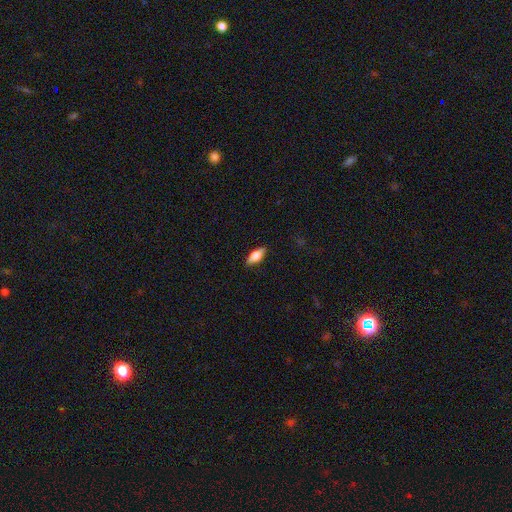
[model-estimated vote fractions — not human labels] The model was most divided on "smooth or featured": smooth: 67%, featured or disk: 26%, star or artifact: 7%. More confident: merging — none (87%); how rounded — in between (78%).